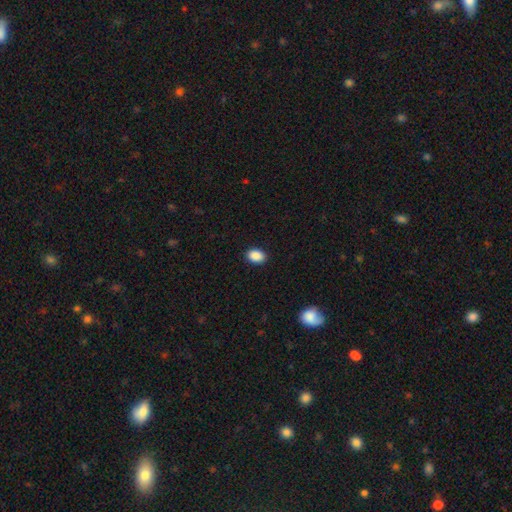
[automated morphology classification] A smooth galaxy with no disk features (90%) that is in between round and cigar-shaped (78%). Merging: none (91%).